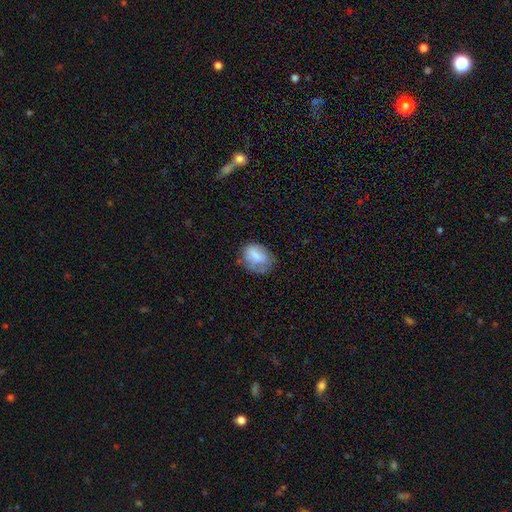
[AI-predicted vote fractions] Morphology: type=smooth (73%); roundness=in between (67%); merging=none (56%).